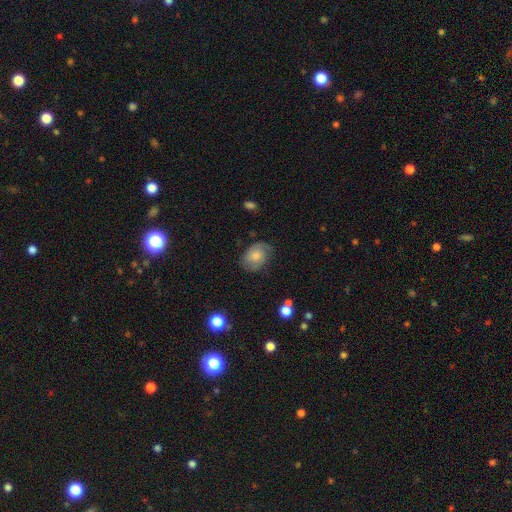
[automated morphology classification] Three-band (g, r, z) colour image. It shows a smooth galaxy with no disk features (52%) that is in between round and cigar-shaped (75%). Merging: none (71%).